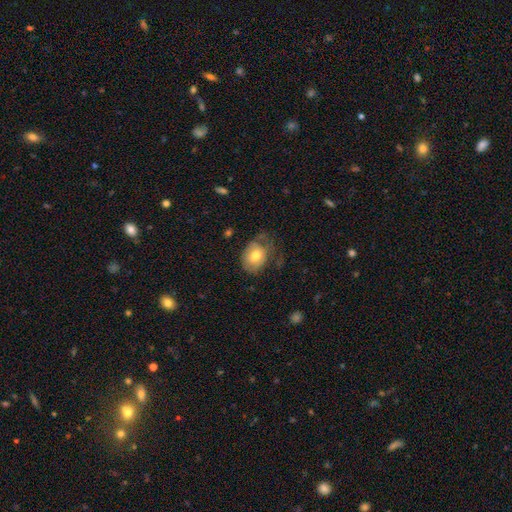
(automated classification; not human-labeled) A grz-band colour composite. It shows a smooth galaxy with no disk features (68%) that is in between round and cigar-shaped (60%). Merging: none (44%).